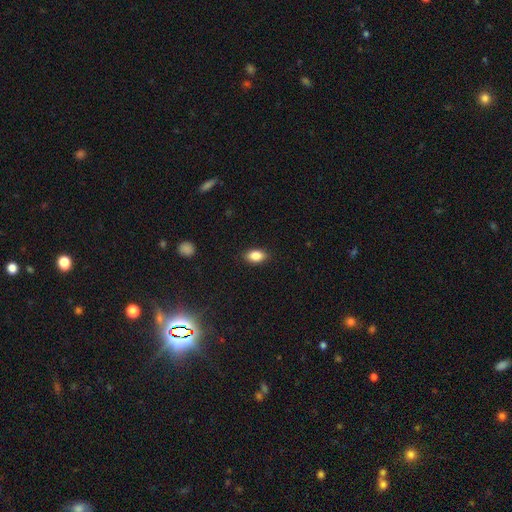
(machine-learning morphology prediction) A smooth galaxy with no disk features (86%) that is in between round and cigar-shaped (88%).

Vote fractions:
- Smooth or featured? smooth: 86% / star or artifact: 8% / featured or disk: 6%
- How rounded? in between: 88% / round: 9% / cigar-shaped: 3%
- Merging? none: 87% / minor disturbance: 10% / major disturbance: 2% / merger: 1%